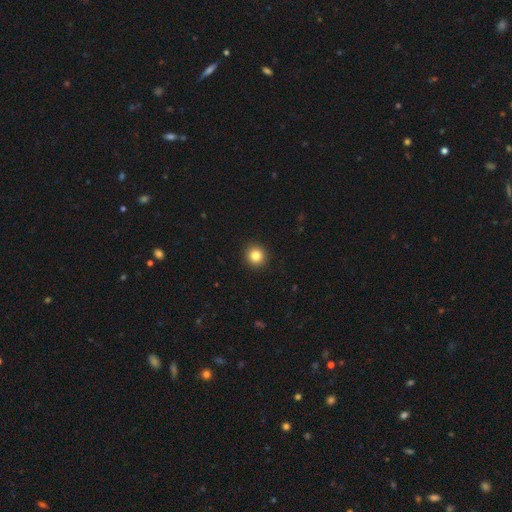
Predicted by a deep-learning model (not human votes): The model was most divided on "smooth or featured": smooth: 84%, star or artifact: 11%, featured or disk: 6%. More confident: how rounded — round (94%); merging — none (93%).